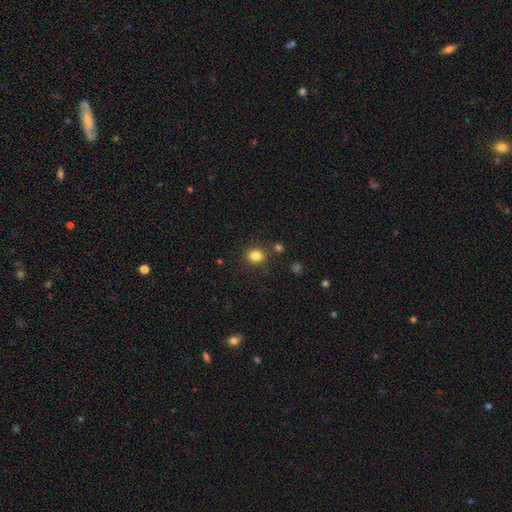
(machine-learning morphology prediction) The model was most divided on "how rounded": round: 76%, in between: 23%, cigar-shaped: 1%. More confident: merging — none (84%); smooth or featured — smooth (83%).